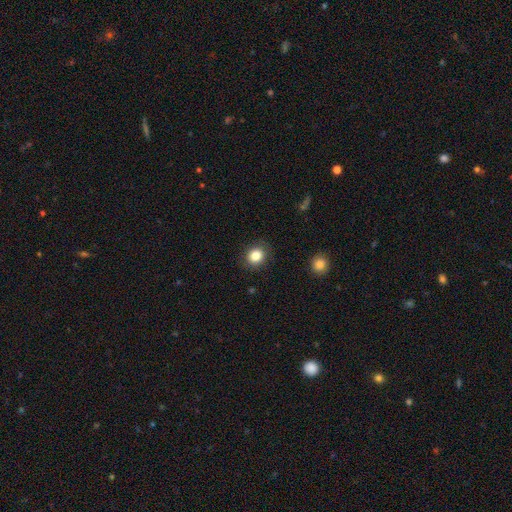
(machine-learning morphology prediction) A smooth galaxy with no disk features (84%) that is round (74%). Merging: none (87%).